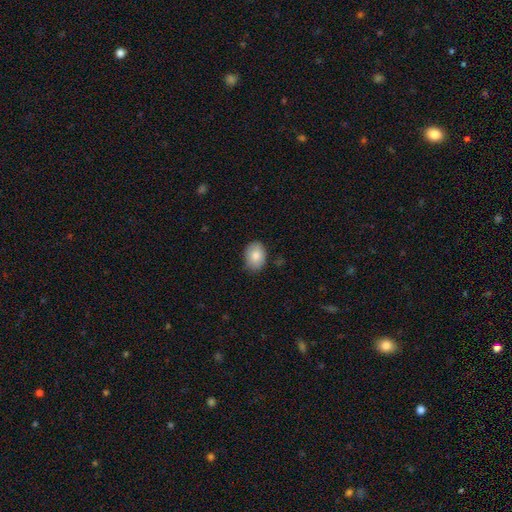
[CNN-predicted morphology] A smooth galaxy with no disk features (84%) that is in between round and cigar-shaped (77%). Merging: none (80%).